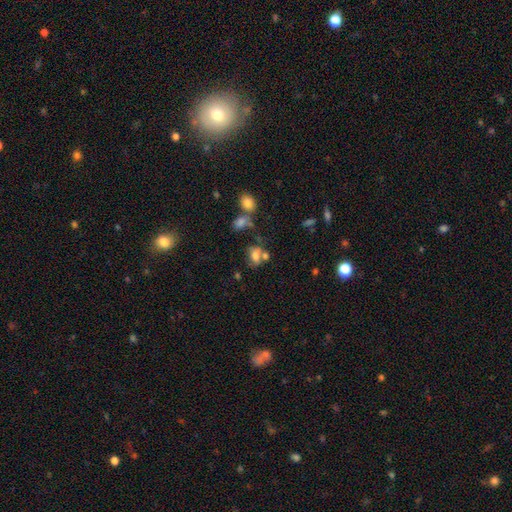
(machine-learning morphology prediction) Smooth or featured: smooth — 69% (featured or disk — 18%)
How rounded: in between — 71% (round — 27%)
Merging: none — 43% (merger — 31%)